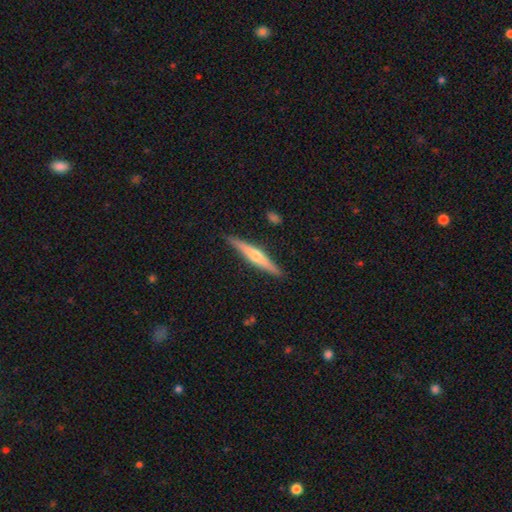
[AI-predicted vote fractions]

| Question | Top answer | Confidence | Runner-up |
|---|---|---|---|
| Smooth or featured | featured or disk | 64% | smooth (30%) |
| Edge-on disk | yes | 97% | no (3%) |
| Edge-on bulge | rounded | 86% | none (9%) |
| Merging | none | 90% | minor disturbance (7%) |